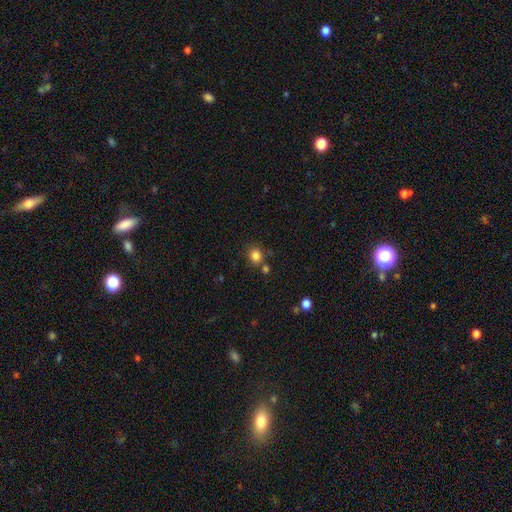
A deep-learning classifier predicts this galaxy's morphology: Smooth or featured? Predicted: smooth (p=0.83). How rounded? Predicted: round (p=0.79). Merging? Predicted: none (p=0.75).